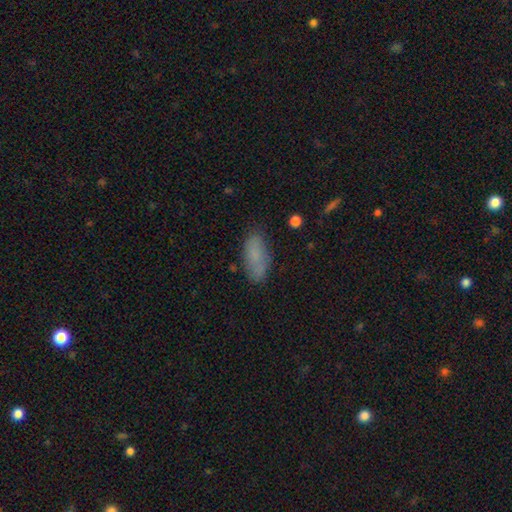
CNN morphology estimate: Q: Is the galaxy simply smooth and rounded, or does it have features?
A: smooth — 79%.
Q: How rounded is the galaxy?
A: in between — 80%.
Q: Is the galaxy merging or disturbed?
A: none — 77%.